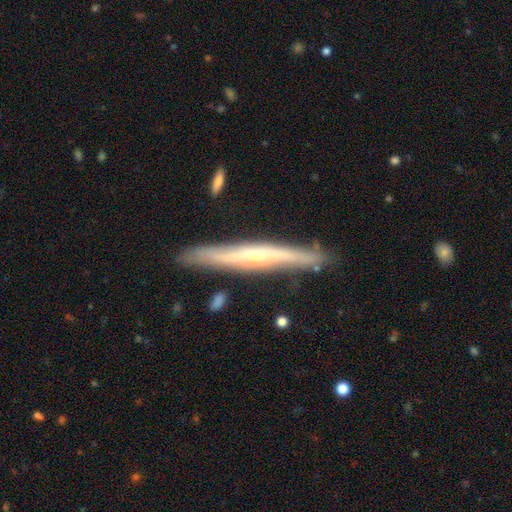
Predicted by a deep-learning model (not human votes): smooth-or-featured: featured or disk: 73% | smooth: 21% | star or artifact: 6%
  disk-edge-on: yes: 90% | no: 10%
    edge-on-bulge: rounded: 70% | none: 27% | boxy: 3%
  merging: none: 83% | minor disturbance: 12% | major disturbance: 2% | merger: 2%